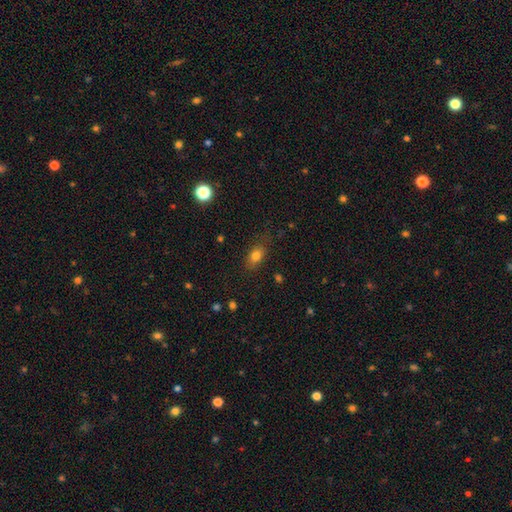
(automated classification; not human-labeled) Smooth or featured: smooth — 80% (star or artifact — 11%)
How rounded: in between — 81% (round — 15%)
Merging: none — 75% (minor disturbance — 18%)